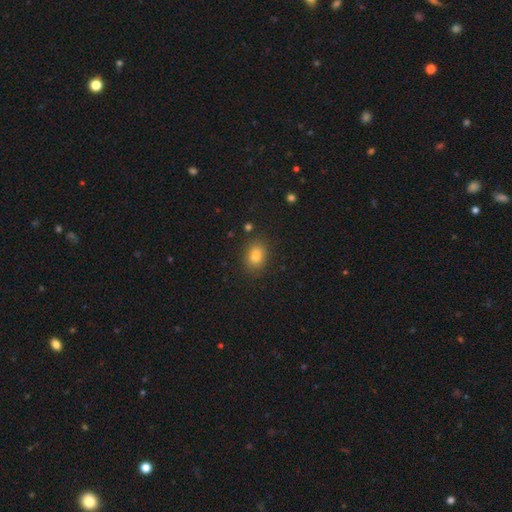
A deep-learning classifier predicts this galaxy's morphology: This is clearly a smooth galaxy (82%). How rounded: likely in between (63%). Merging: clearly none (85%).